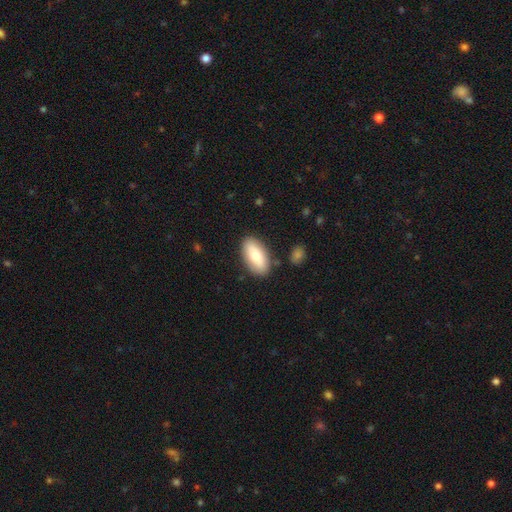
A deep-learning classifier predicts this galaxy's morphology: Q: Smooth or featured?
A: smooth (74%); runner-up: featured or disk (20%)
Q: How rounded?
A: in between (91%); runner-up: cigar-shaped (7%)
Q: Merging?
A: none (84%); runner-up: minor disturbance (10%)